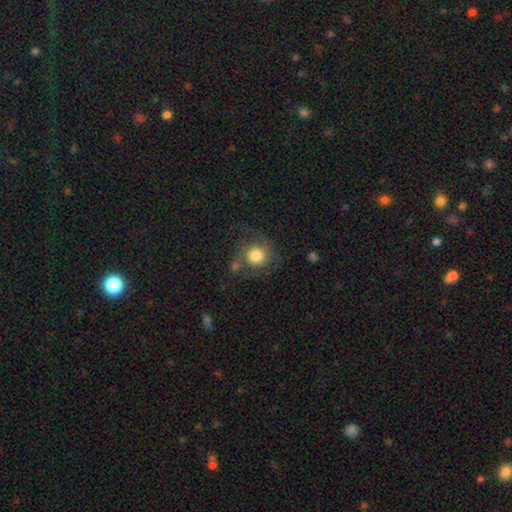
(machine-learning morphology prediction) Smooth or featured? Predicted: smooth (p=0.62). How rounded? Predicted: round (p=0.87). Merging? Predicted: none (p=0.51).